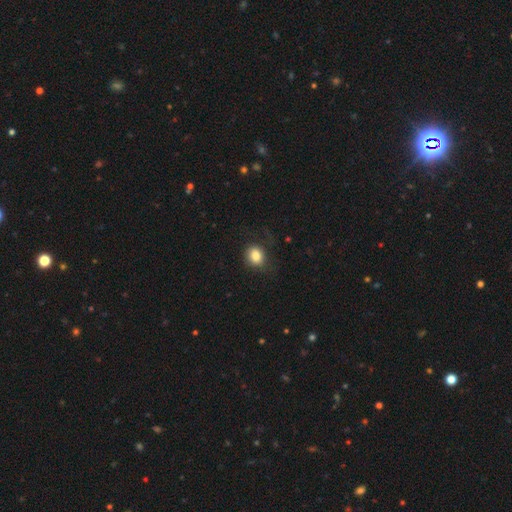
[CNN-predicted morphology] A smooth galaxy with no disk features (84%) that is round (59%).

Vote fractions:
- Smooth or featured? smooth: 84% / star or artifact: 9% / featured or disk: 7%
- How rounded? round: 59% / in between: 40% / cigar-shaped: 1%
- Merging? none: 70% / minor disturbance: 18% / major disturbance: 10% / merger: 1%